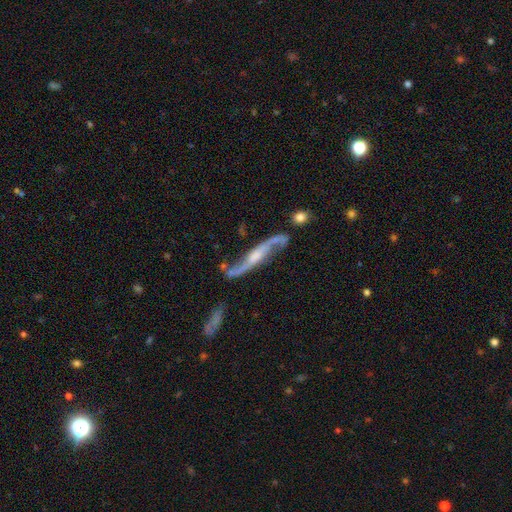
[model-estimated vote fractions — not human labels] featured or disk 88%, smooth 7%, star or artifact 5%. Down the decision tree: edge-on disk — no (65%); bar — no (43%); spiral arms — yes (96%); spiral arm count — 2 (93%); spiral winding — loose (77%); bulge size — moderate (47%); merging — none (67%).